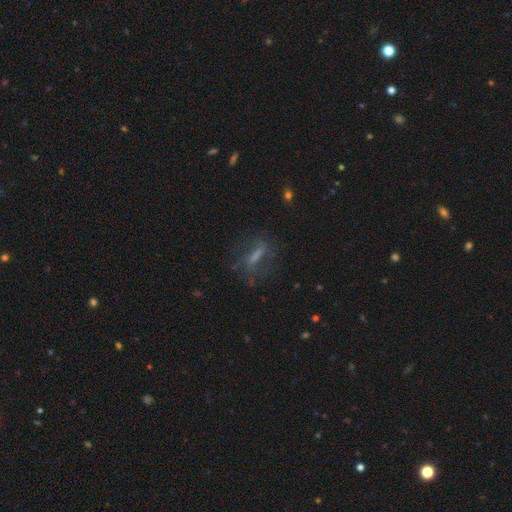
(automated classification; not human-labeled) This is possibly a featured or disk galaxy (50%). Merging: likely none (64%).